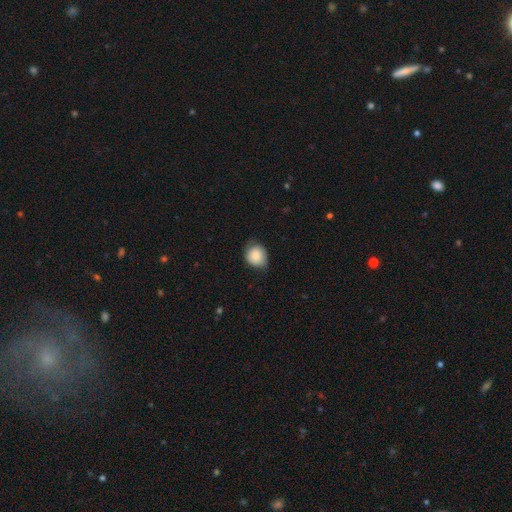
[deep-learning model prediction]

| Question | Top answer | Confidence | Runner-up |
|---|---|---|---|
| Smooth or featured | smooth | 83% | featured or disk (9%) |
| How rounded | round | 72% | in between (28%) |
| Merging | none | 64% | minor disturbance (29%) |